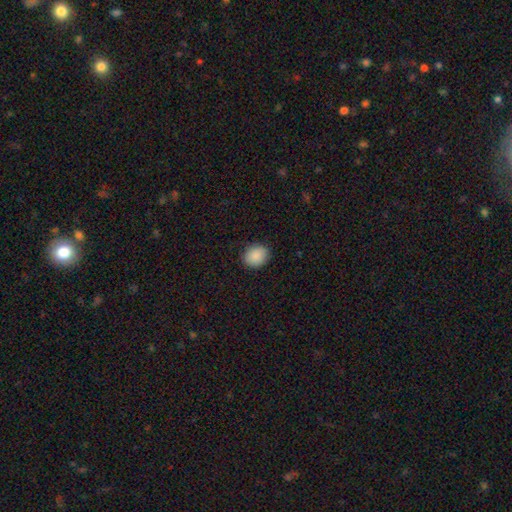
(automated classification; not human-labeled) Morphology: type=smooth (89%); roundness=round (59%); merging=none (87%).